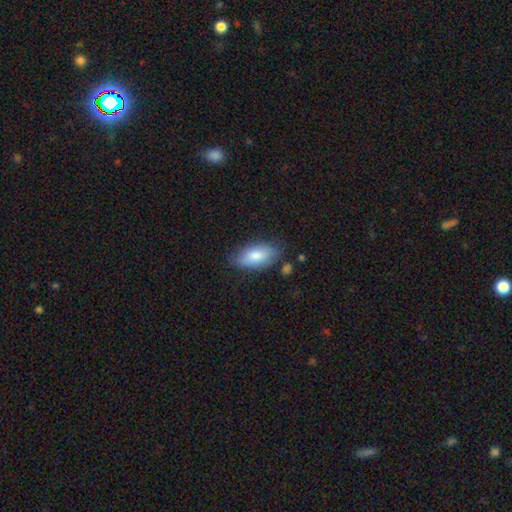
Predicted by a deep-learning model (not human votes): Smooth or featured?
  - smooth: 79% *
  - featured or disk: 15%
  - star or artifact: 6%
How rounded?
  - in between: 88% *
  - cigar-shaped: 9%
  - round: 3%
Merging?
  - none: 77% *
  - minor disturbance: 17%
  - major disturbance: 4%
  - merger: 3%